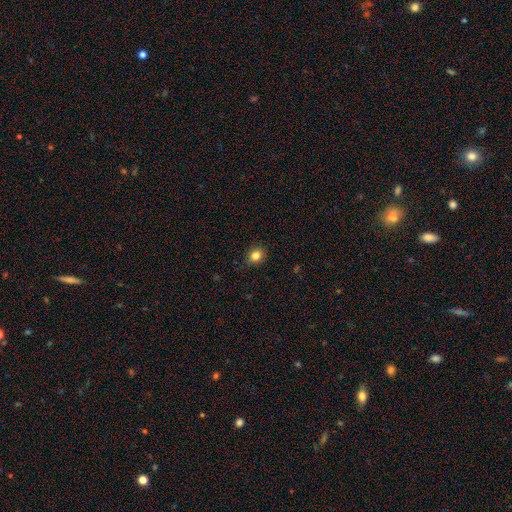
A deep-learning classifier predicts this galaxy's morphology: smooth 82%, star or artifact 12%, featured or disk 6%. Down the decision tree: how rounded — round (68%); merging — none (87%).